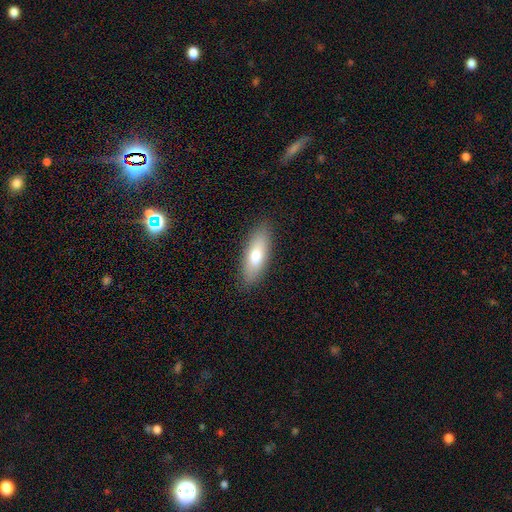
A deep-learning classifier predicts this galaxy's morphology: type=smooth (73%); roundness=in between (64%); merging=none (87%).